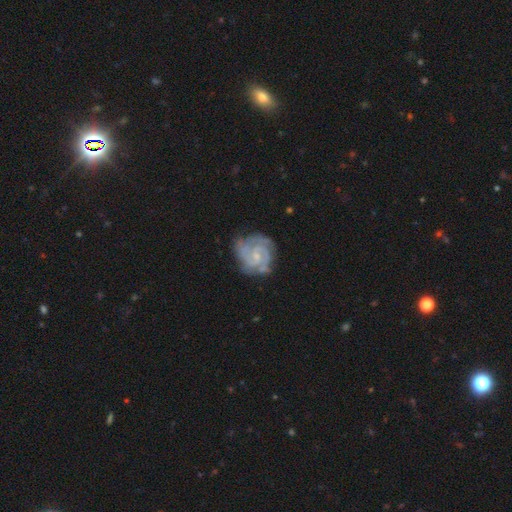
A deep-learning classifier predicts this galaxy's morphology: Smooth or featured? featured or disk (88%)
Edge-on disk? no (98%)
Bar? no (51%)
Spiral arms? yes (98%)
Spiral winding? tight (68%)
Spiral arm count? 2 (47%)
Bulge size? small (65%)
Merging? none (68%)